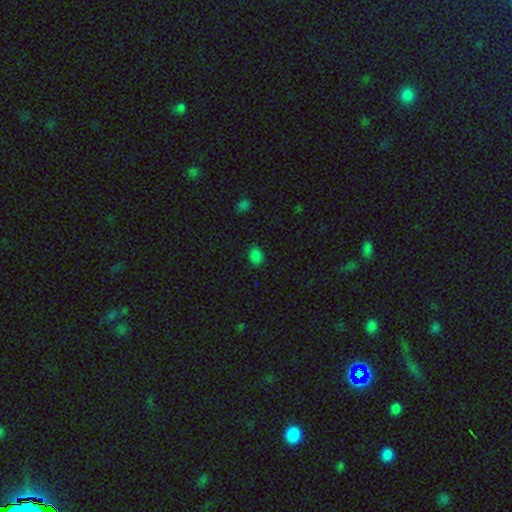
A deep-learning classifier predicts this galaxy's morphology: smooth-or-featured: smooth: 81% | star or artifact: 16% | featured or disk: 3%
  how-rounded: in between: 70% | round: 29% | cigar-shaped: 1%
  merging: none: 83% | minor disturbance: 13% | major disturbance: 3% | merger: 1%